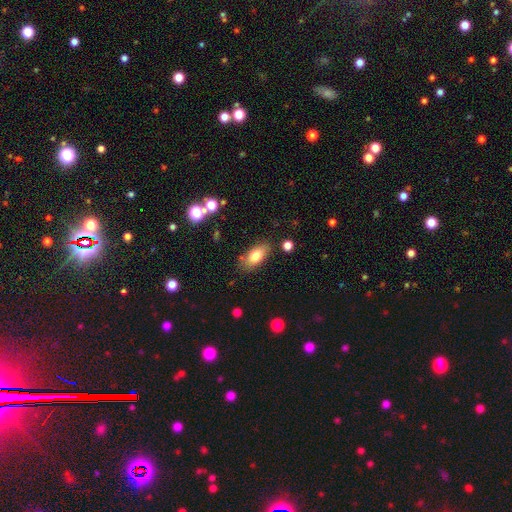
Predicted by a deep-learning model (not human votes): Smooth or featured?
  - smooth: 78% *
  - featured or disk: 14%
  - star or artifact: 8%
How rounded?
  - in between: 87% *
  - cigar-shaped: 9%
  - round: 4%
Merging?
  - none: 80% *
  - minor disturbance: 14%
  - merger: 3%
  - major disturbance: 3%